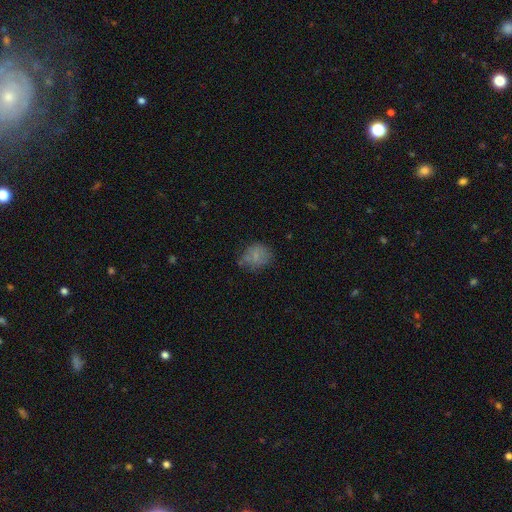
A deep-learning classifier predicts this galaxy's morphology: This appears to be a smooth galaxy with no disk features (69%) that is round (61%). Merging: none (65%).